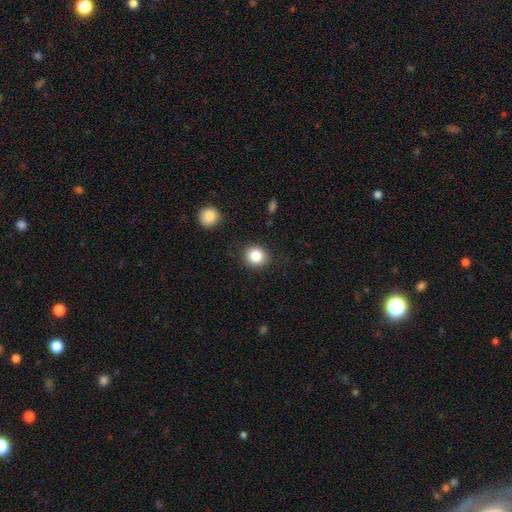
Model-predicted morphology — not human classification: Smooth or featured? Predicted: smooth (p=0.84). How rounded? Predicted: round (p=0.86). Merging? Predicted: none (p=0.88).